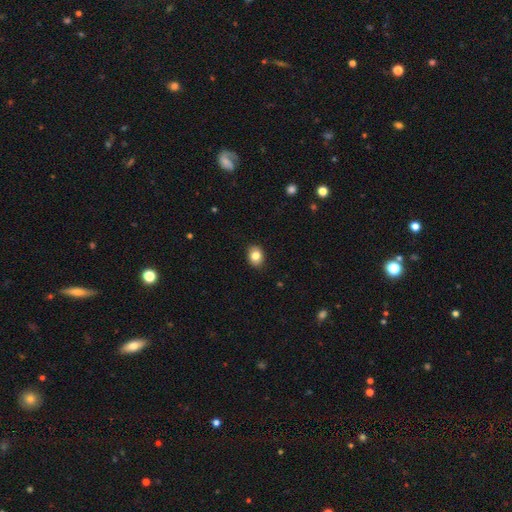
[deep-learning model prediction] The model was most divided on "how rounded": in between: 56%, round: 43%, cigar-shaped: 1%. More confident: merging — none (88%); smooth or featured — smooth (83%).